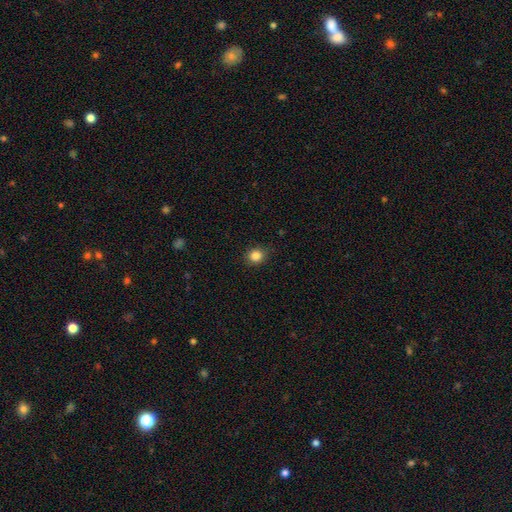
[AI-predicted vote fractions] smooth-or-featured: smooth: 85% | star or artifact: 11% | featured or disk: 4%
  how-rounded: round: 80% | in between: 19% | cigar-shaped: 1%
  merging: none: 88% | minor disturbance: 8% | major disturbance: 2% | merger: 1%